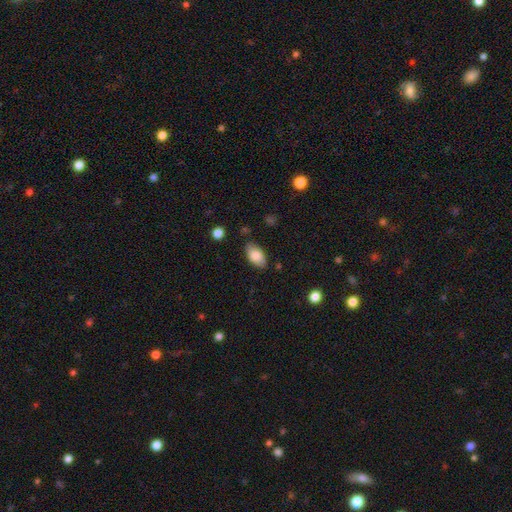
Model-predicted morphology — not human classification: smooth_or_featured: smooth (p=0.84) [alt: featured or disk p=0.09]
how_rounded: in between (p=0.94) [alt: round p=0.04]
merging: none (p=0.80) [alt: minor disturbance p=0.15]